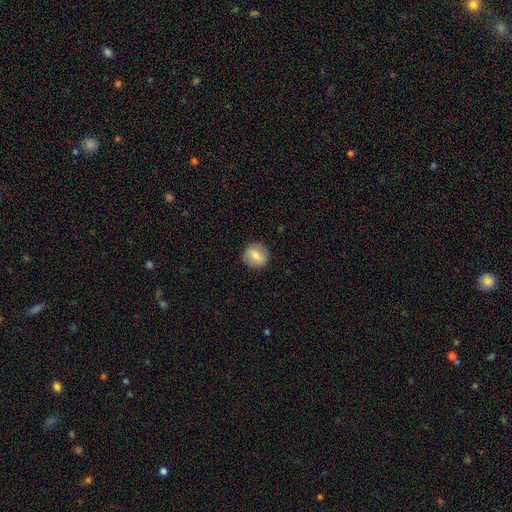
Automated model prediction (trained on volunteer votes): Q: Smooth or featured?
A: smooth (72%); runner-up: featured or disk (19%)
Q: How rounded?
A: round (87%); runner-up: in between (12%)
Q: Merging?
A: none (88%); runner-up: minor disturbance (9%)